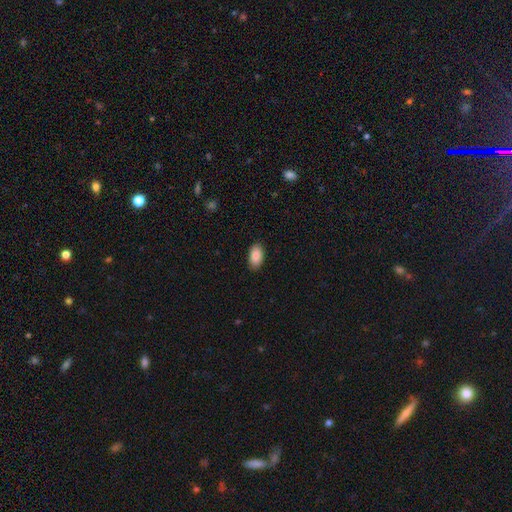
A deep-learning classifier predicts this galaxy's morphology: smooth_or_featured: smooth (p=0.87) [alt: star or artifact p=0.07]
how_rounded: in between (p=0.94) [alt: round p=0.04]
merging: none (p=0.89) [alt: minor disturbance p=0.09]